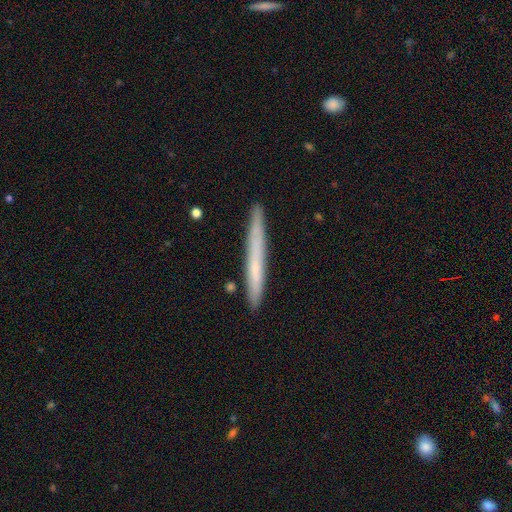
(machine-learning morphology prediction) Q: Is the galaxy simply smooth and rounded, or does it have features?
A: smooth — 56%.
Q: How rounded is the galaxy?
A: cigar-shaped — 97%.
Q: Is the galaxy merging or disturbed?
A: none — 89%.